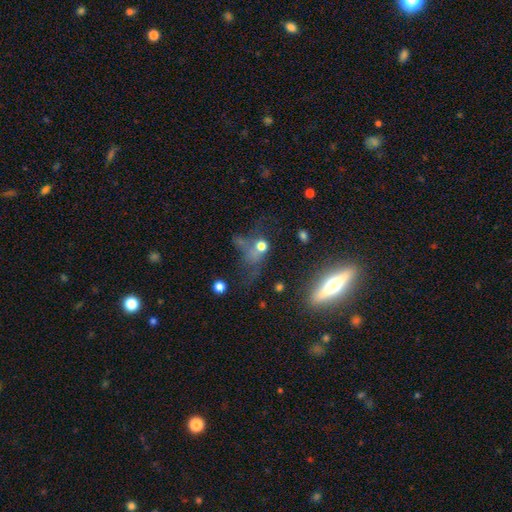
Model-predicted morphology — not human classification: The model was most divided on "smooth or featured": featured or disk: 41%, smooth: 33%, star or artifact: 26%. More confident: merging — none (50%).